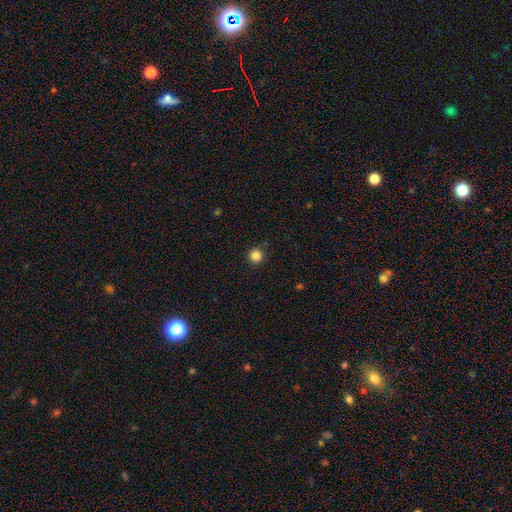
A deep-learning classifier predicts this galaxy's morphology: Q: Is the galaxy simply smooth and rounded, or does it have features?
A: smooth — 85%.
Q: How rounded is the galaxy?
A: round — 96%.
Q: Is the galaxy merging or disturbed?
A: none — 91%.